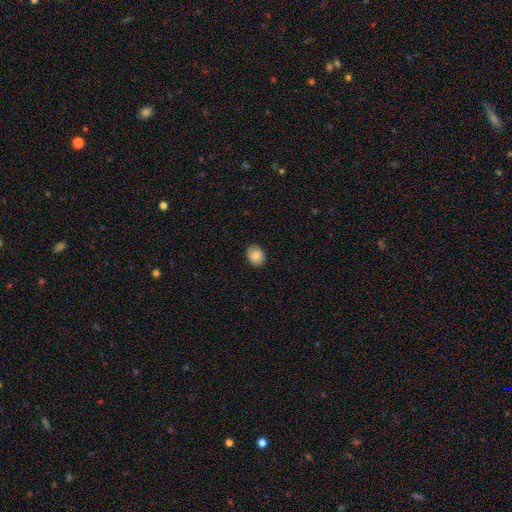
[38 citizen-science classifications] Q: Smooth or featured?
A: smooth (84%); runner-up: featured or disk (8%)
Q: How rounded?
A: in between (59%); runner-up: round (41%)
Q: Merging?
A: none (91%); runner-up: minor disturbance (6%)